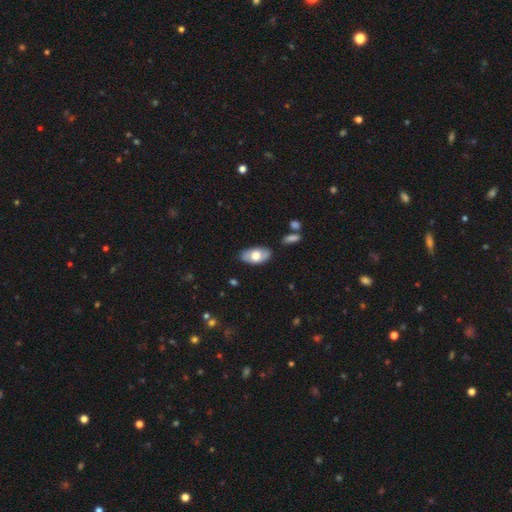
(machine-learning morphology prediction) Smooth or featured?
  - smooth: 64% *
  - featured or disk: 30%
  - star or artifact: 6%
How rounded?
  - in between: 94% *
  - round: 4%
  - cigar-shaped: 2%
Merging?
  - none: 79% *
  - minor disturbance: 16%
  - major disturbance: 3%
  - merger: 2%